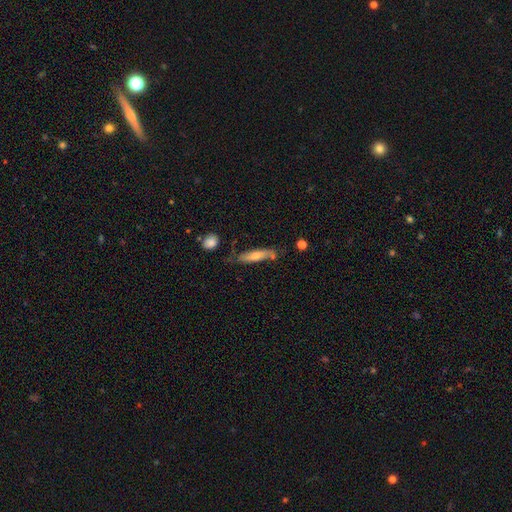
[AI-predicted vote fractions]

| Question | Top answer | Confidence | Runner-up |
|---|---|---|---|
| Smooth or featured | smooth | 59% | featured or disk (35%) |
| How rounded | cigar-shaped | 75% | in between (23%) |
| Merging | none | 62% | minor disturbance (23%) |